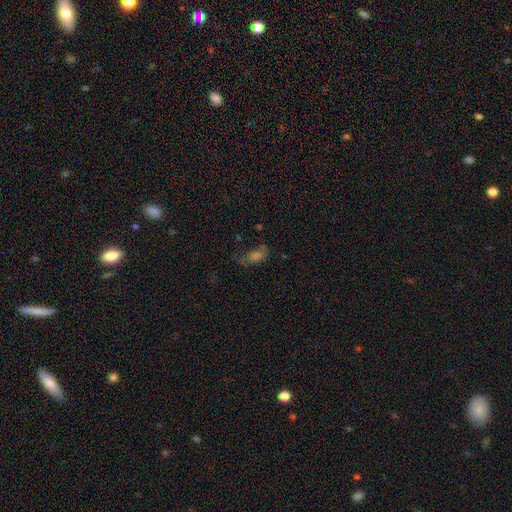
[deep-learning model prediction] smooth_or_featured: smooth (p=0.47) [alt: star or artifact p=0.27]
merging: none (p=0.43) [alt: major disturbance p=0.27]